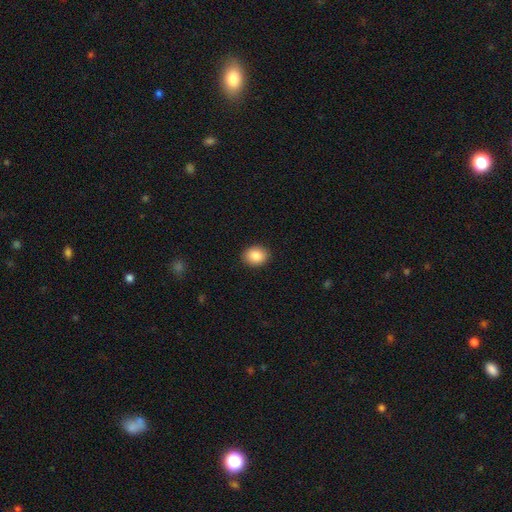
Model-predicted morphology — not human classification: Smooth or featured? Predicted: smooth (p=0.87). How rounded? Predicted: in between (p=0.51). Merging? Predicted: none (p=0.90).